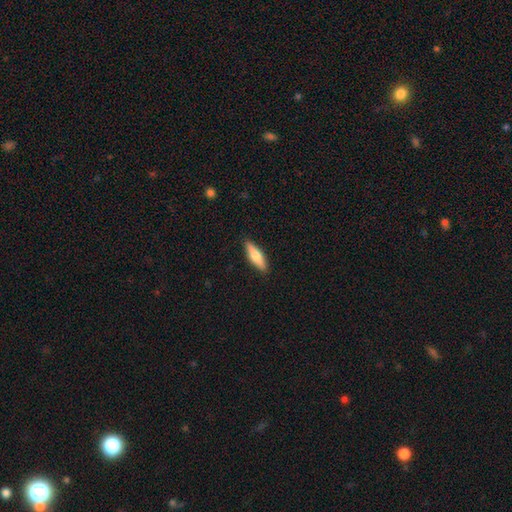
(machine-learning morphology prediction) Smooth or featured: smooth — 65% (featured or disk — 30%)
How rounded: cigar-shaped — 61% (in between — 37%)
Merging: none — 90% (minor disturbance — 8%)